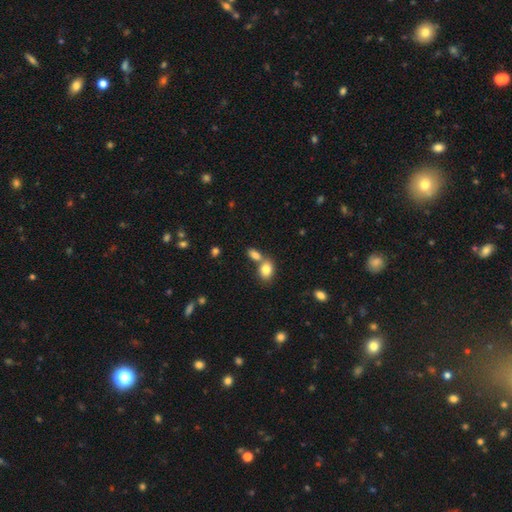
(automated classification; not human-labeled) This appears to be a smooth galaxy with no disk features (82%) that is in between round and cigar-shaped (75%). Merging: merger (44%, tied with none).